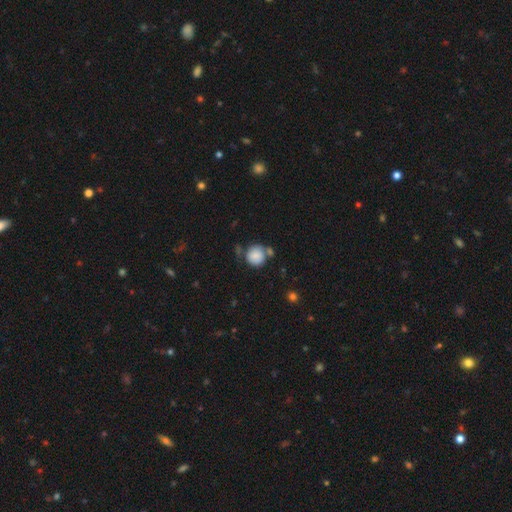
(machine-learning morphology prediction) The model was most divided on "merging": none: 56%, merger: 19%, minor disturbance: 18%, major disturbance: 7%. More confident: how rounded — round (91%); smooth or featured — smooth (82%).